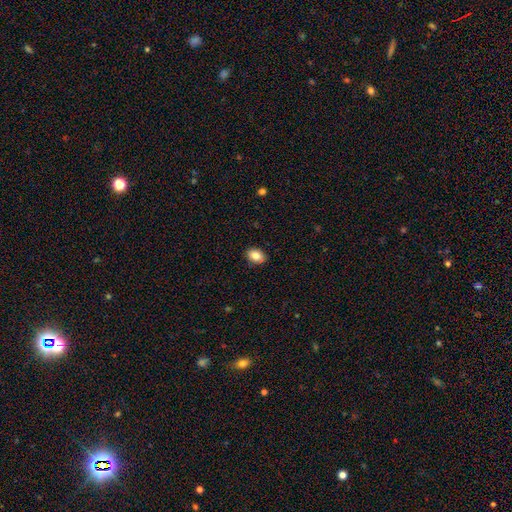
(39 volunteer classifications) Smooth or featured?
  - smooth: 85% *
  - star or artifact: 10%
  - featured or disk: 5%
How rounded?
  - in between: 70% *
  - round: 30%
  - cigar-shaped: 0%
Merging?
  - none: 94% *
  - minor disturbance: 3%
  - merger: 3%
  - major disturbance: 0%